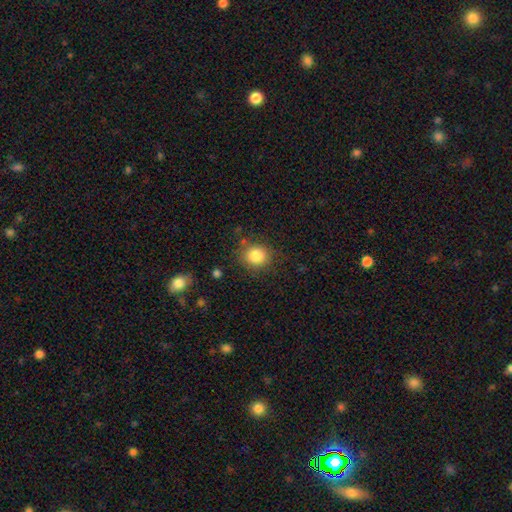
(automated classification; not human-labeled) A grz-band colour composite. It shows a smooth galaxy with no disk features (83%) that is round (80%). Merging: none (82%).